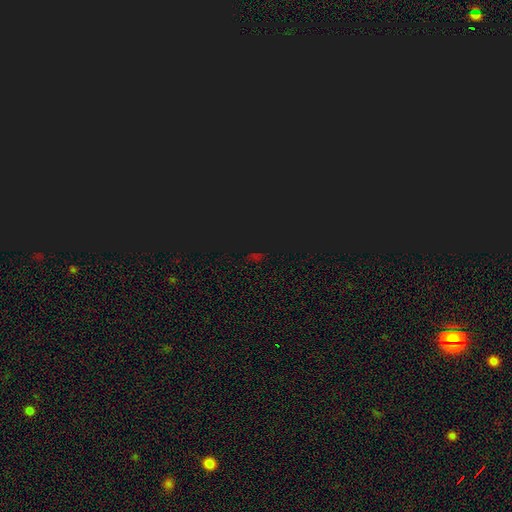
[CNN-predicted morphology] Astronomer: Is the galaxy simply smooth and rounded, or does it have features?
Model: star or artifact — 75%.